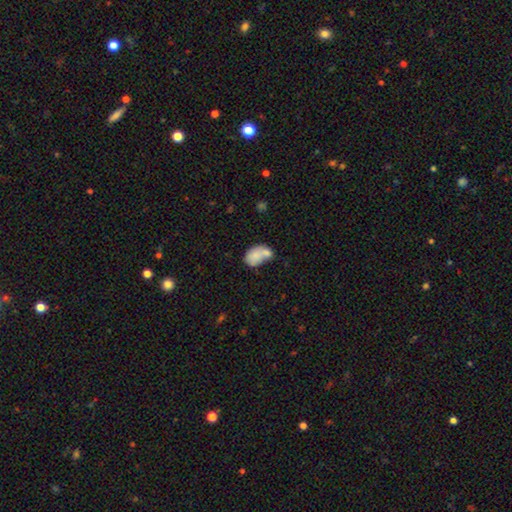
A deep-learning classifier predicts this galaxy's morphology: Q: Smooth or featured?
A: smooth (77%); runner-up: featured or disk (16%)
Q: How rounded?
A: in between (83%); runner-up: round (16%)
Q: Merging?
A: merger (52%); runner-up: none (26%)